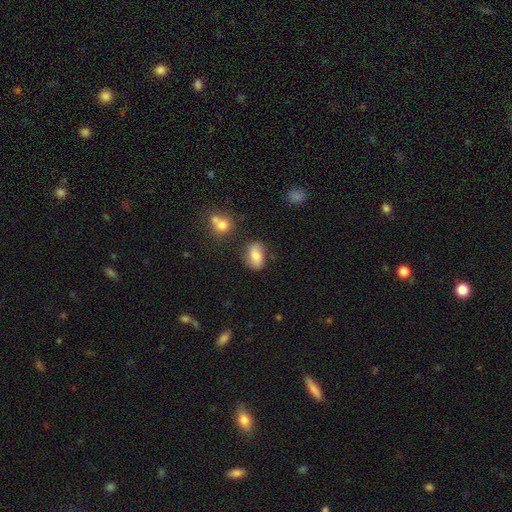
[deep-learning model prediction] smooth-or-featured: smooth: 69% | featured or disk: 22% | star or artifact: 9%
  how-rounded: in between: 82% | round: 15% | cigar-shaped: 3%
  merging: none: 69% | minor disturbance: 20% | major disturbance: 5% | merger: 5%